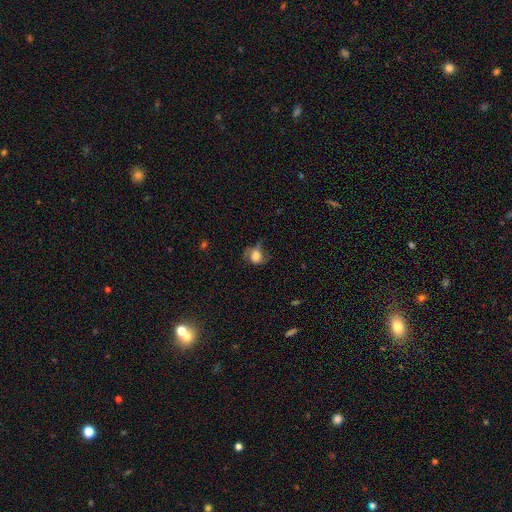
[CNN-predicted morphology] Q: Smooth or featured?
A: smooth (71%); runner-up: featured or disk (19%)
Q: How rounded?
A: round (50%); runner-up: in between (49%)
Q: Merging?
A: none (42%); runner-up: minor disturbance (30%)